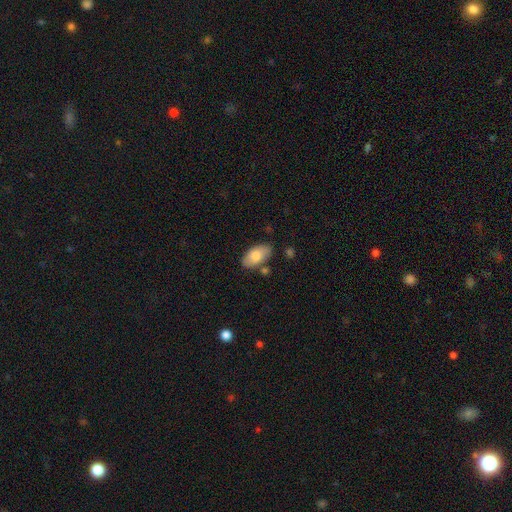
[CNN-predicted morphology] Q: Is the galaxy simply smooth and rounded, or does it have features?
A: smooth — 79%.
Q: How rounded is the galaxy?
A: in between — 95%.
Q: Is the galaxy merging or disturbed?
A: none — 78%.